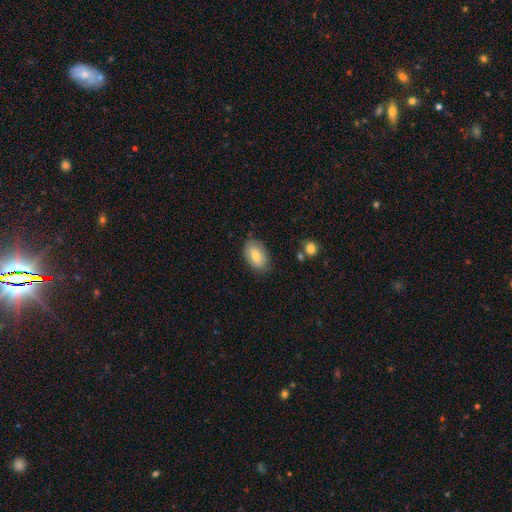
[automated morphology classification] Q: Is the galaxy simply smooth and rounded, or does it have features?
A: smooth — 72%.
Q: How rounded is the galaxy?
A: in between — 90%.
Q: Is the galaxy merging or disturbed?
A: none — 78%.